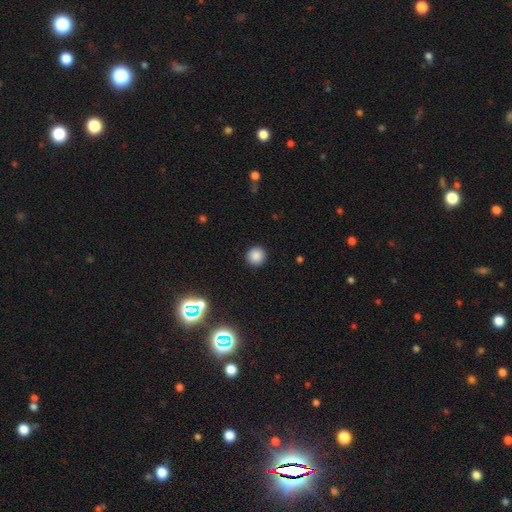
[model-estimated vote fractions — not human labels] Overall: smooth (84%). How rounded: round (95%). Merging: none (92%).